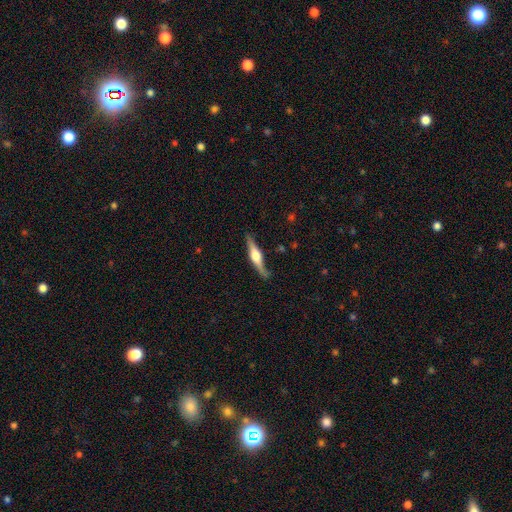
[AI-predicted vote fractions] Smooth or featured? featured or disk (74%)
Edge-on disk? yes (97%)
Edge-on bulge? rounded (92%)
Merging? none (84%)